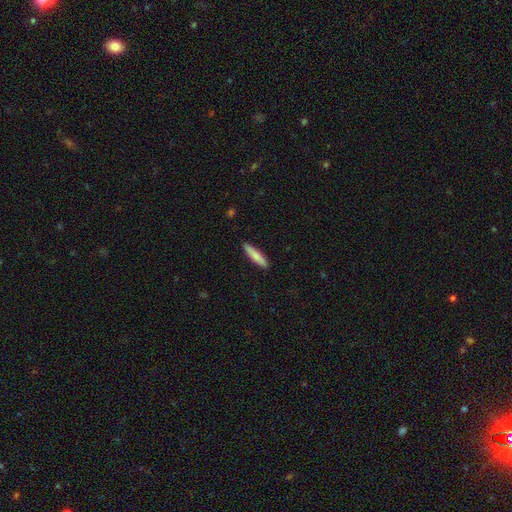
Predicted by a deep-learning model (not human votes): A smooth galaxy with no disk features (81%) that is cigar-shaped (86%). Merging: none (90%).